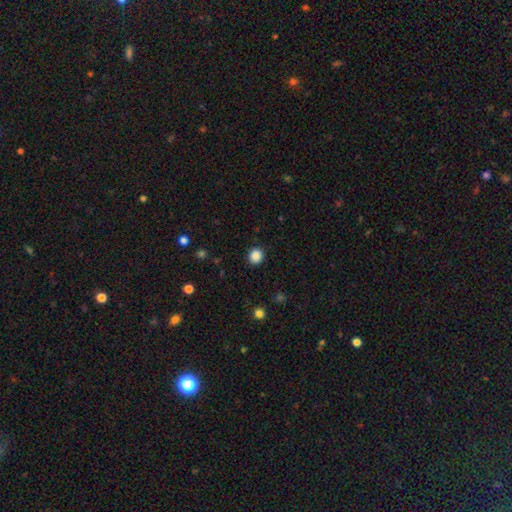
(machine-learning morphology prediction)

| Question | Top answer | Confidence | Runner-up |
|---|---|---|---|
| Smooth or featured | smooth | 87% | star or artifact (11%) |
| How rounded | round | 88% | in between (11%) |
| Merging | none | 91% | minor disturbance (6%) |